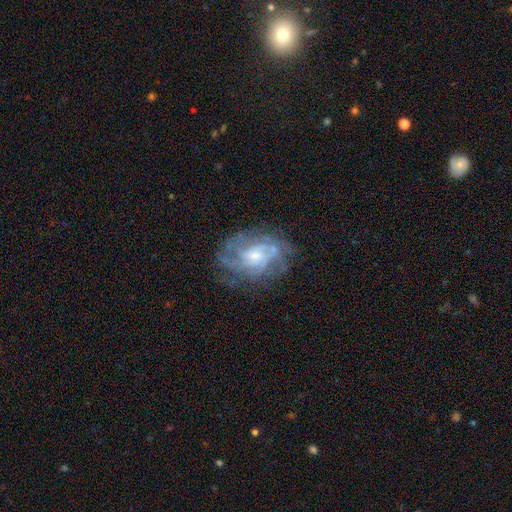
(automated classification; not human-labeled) Smooth or featured? featured or disk (80%)
Edge-on disk? no (97%)
Bar? no (63%)
Spiral arms? yes (89%)
Spiral winding? tight (49%)
Spiral arm count? can't tell (42%)
Bulge size? small (58%)
Merging? none (68%)